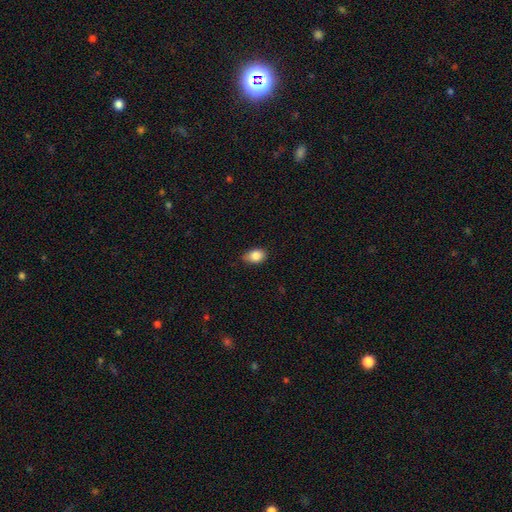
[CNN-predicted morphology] Smooth or featured?
  - smooth: 85% *
  - star or artifact: 8%
  - featured or disk: 7%
How rounded?
  - in between: 81% *
  - round: 17%
  - cigar-shaped: 2%
Merging?
  - none: 72% *
  - minor disturbance: 24%
  - major disturbance: 3%
  - merger: 1%